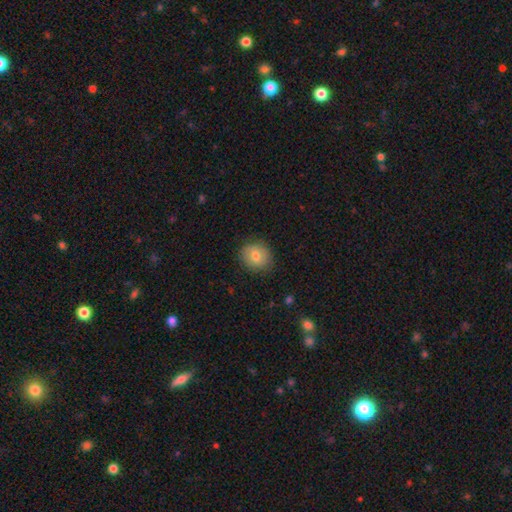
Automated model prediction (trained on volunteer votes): Overall: smooth (75%). How rounded: round (78%). Merging: none (83%).